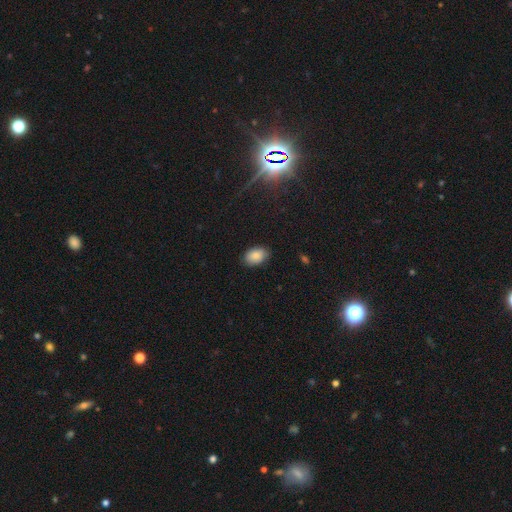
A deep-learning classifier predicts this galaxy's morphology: This is clearly a smooth galaxy (85%). How rounded: clearly in between (90%). Merging: clearly none (86%).